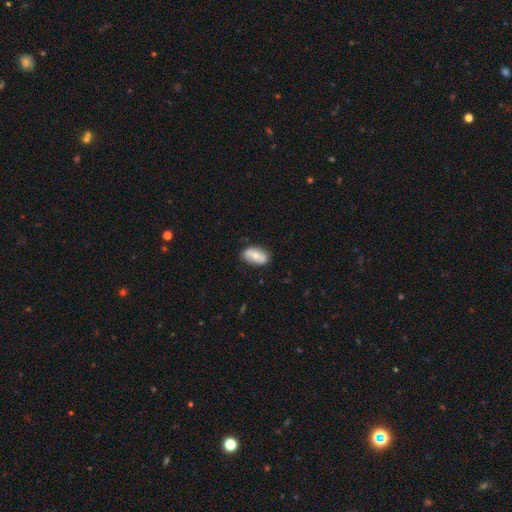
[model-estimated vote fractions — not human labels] Smooth or featured: smooth — 58% (featured or disk — 36%)
How rounded: in between — 91% (round — 5%)
Merging: none — 78% (minor disturbance — 17%)